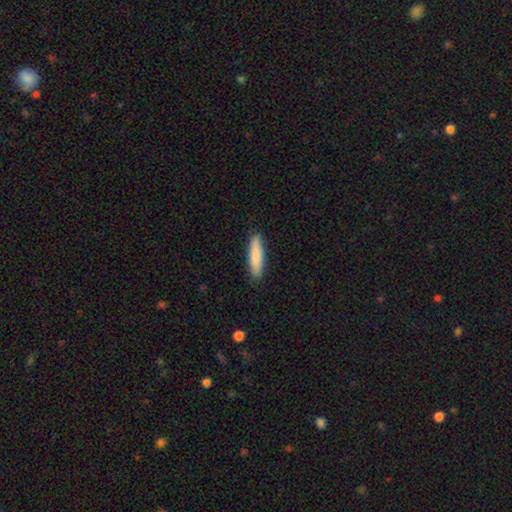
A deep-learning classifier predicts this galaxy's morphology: type=smooth (85%); roundness=cigar-shaped (80%); merging=none (89%).